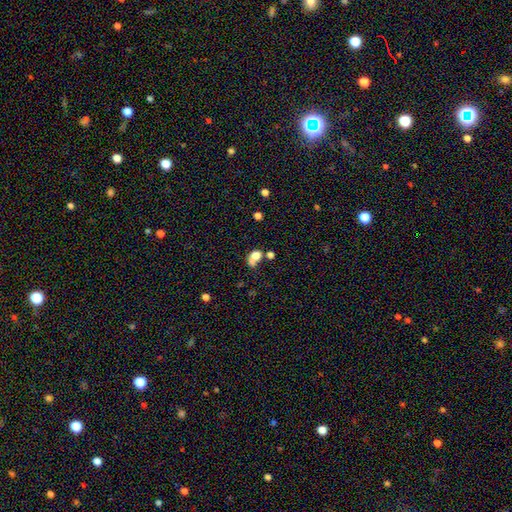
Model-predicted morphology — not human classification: This is likely a smooth galaxy (71%). How rounded: possibly in between (56%). Merging: marginally merger (43%).